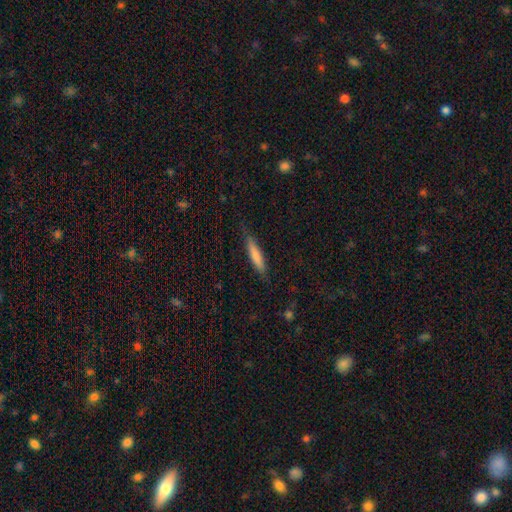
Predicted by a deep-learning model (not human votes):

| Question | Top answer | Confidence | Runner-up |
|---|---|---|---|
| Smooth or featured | smooth | 77% | featured or disk (17%) |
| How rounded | cigar-shaped | 85% | in between (14%) |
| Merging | none | 82% | minor disturbance (14%) |